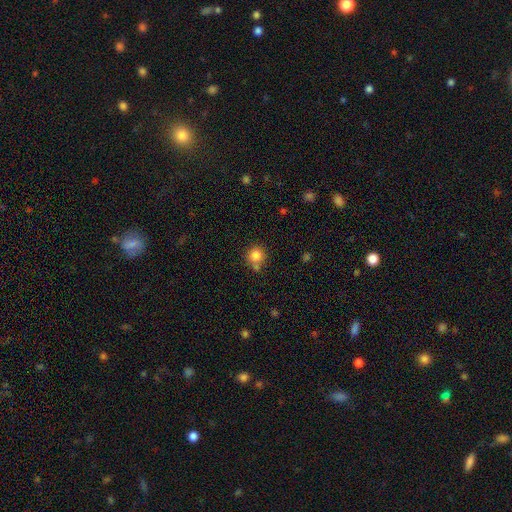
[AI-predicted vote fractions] This is clearly a smooth galaxy (83%). How rounded: clearly round (89%). Merging: likely none (65%).